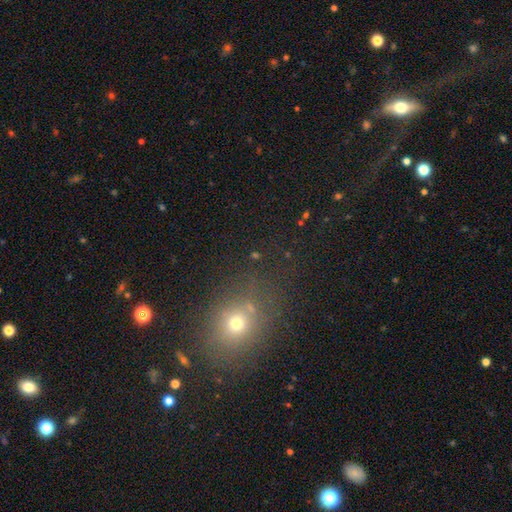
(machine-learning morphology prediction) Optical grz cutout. It shows a smooth galaxy with no disk features (47%). Merging: none (73%).